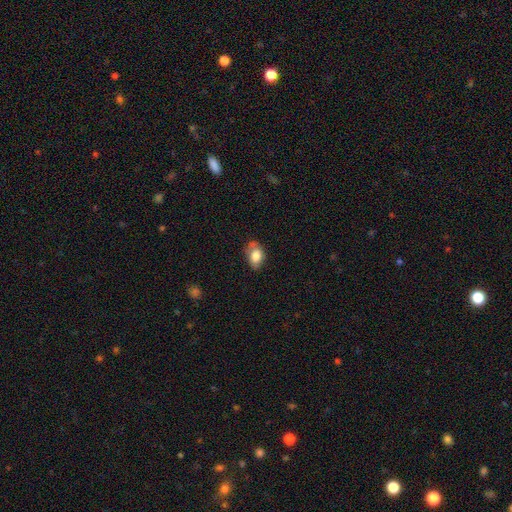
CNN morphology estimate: Q: Smooth or featured?
A: smooth (76%); runner-up: featured or disk (16%)
Q: How rounded?
A: in between (83%); runner-up: round (16%)
Q: Merging?
A: none (56%); runner-up: minor disturbance (32%)